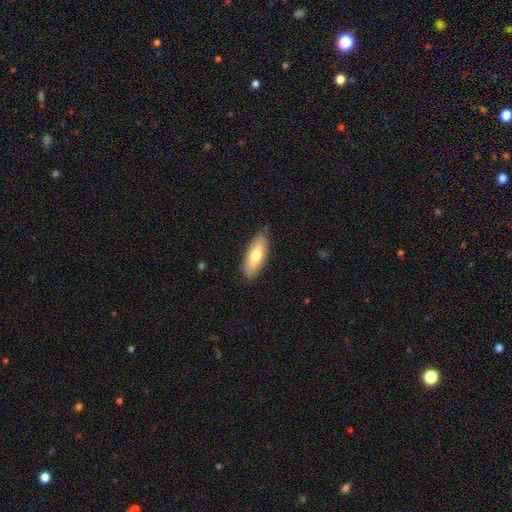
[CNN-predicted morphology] type=smooth (71%); roundness=in between (71%); merging=none (85%).